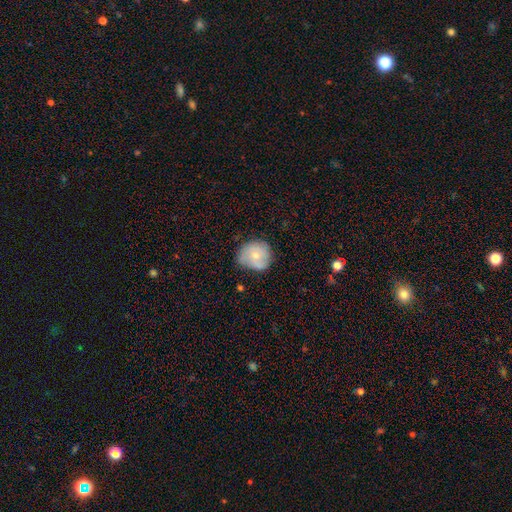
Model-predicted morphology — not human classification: Smooth or featured? Predicted: smooth (p=0.58). How rounded? Predicted: round (p=0.82). Merging? Predicted: none (p=0.57).